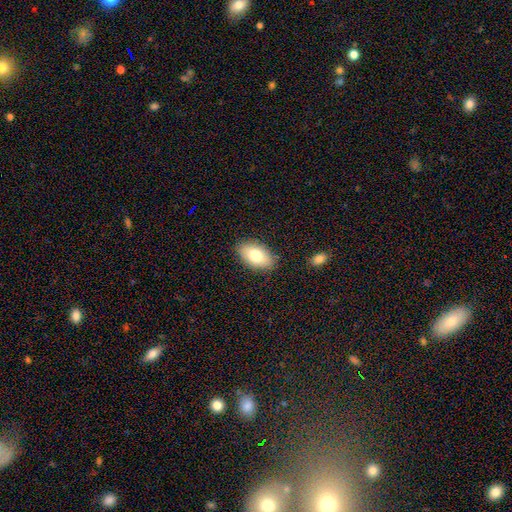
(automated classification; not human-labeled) A smooth galaxy with no disk features (78%) that is in between round and cigar-shaped (93%).

Vote fractions:
- Smooth or featured? smooth: 78% / featured or disk: 15% / star or artifact: 7%
- How rounded? in between: 93% / round: 5% / cigar-shaped: 2%
- Merging? none: 86% / minor disturbance: 10% / major disturbance: 2% / merger: 1%